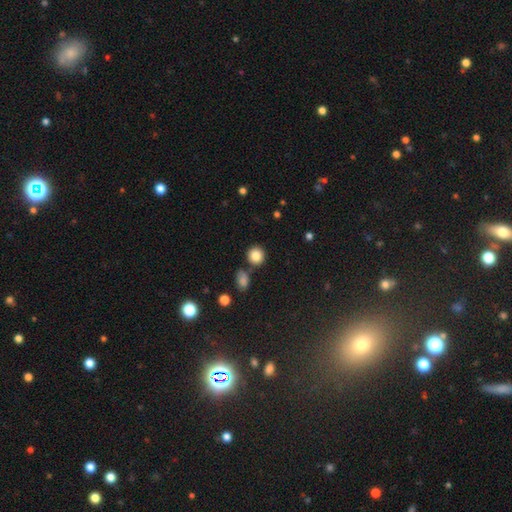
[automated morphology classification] smooth 85%, star or artifact 10%, featured or disk 6%. Down the decision tree: how rounded — round (89%); merging — none (80%).